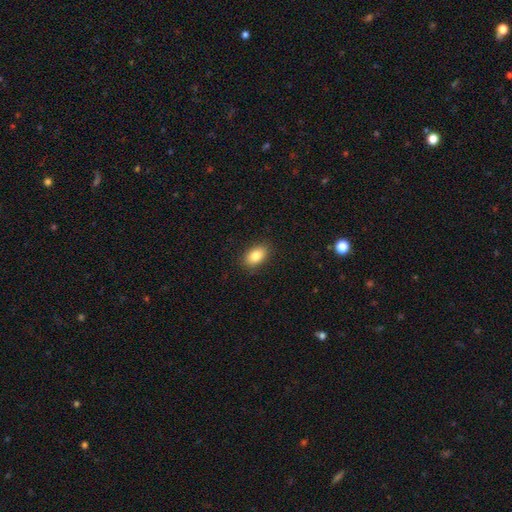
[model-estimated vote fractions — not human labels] Smooth or featured?
  - smooth: 85% *
  - star or artifact: 8%
  - featured or disk: 7%
How rounded?
  - in between: 87% *
  - round: 11%
  - cigar-shaped: 2%
Merging?
  - none: 87% *
  - minor disturbance: 9%
  - major disturbance: 2%
  - merger: 1%